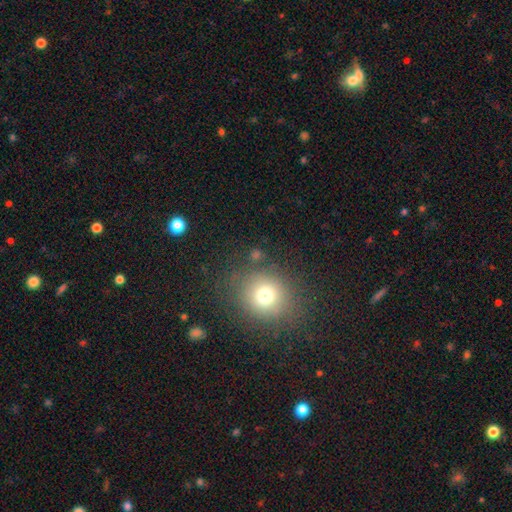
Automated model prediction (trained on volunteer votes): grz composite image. It shows a smooth galaxy with no disk features (69%) that is round (77%). Merging: none (81%).